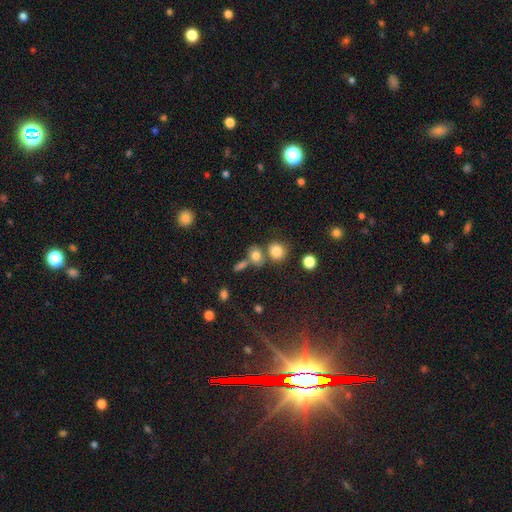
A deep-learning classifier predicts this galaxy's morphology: smooth 78%, star or artifact 13%, featured or disk 10%. Down the decision tree: how rounded — round (58%); merging — none (53%).